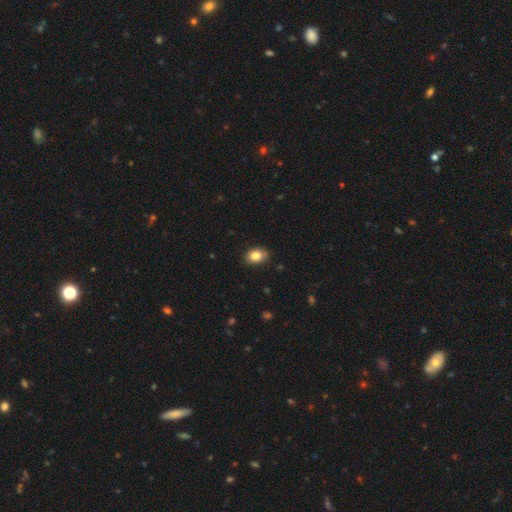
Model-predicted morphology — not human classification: smooth_or_featured: smooth (p=0.85) [alt: star or artifact p=0.08]
how_rounded: in between (p=0.74) [alt: round p=0.25]
merging: none (p=0.82) [alt: minor disturbance p=0.15]